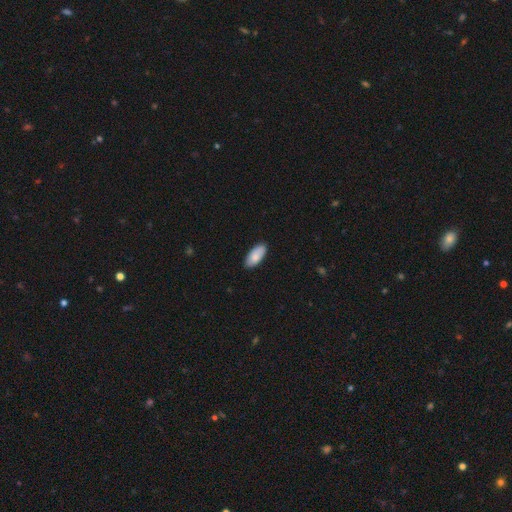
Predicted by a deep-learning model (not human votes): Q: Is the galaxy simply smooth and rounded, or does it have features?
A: smooth — 84%.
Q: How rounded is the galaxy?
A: in between — 90%.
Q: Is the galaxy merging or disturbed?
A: none — 86%.